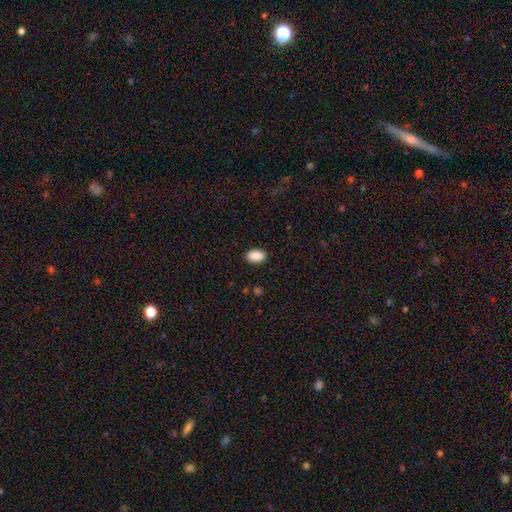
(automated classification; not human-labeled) Smooth or featured?
  - smooth: 90% *
  - star or artifact: 7%
  - featured or disk: 3%
How rounded?
  - in between: 91% *
  - round: 7%
  - cigar-shaped: 1%
Merging?
  - none: 89% *
  - minor disturbance: 8%
  - major disturbance: 2%
  - merger: 1%